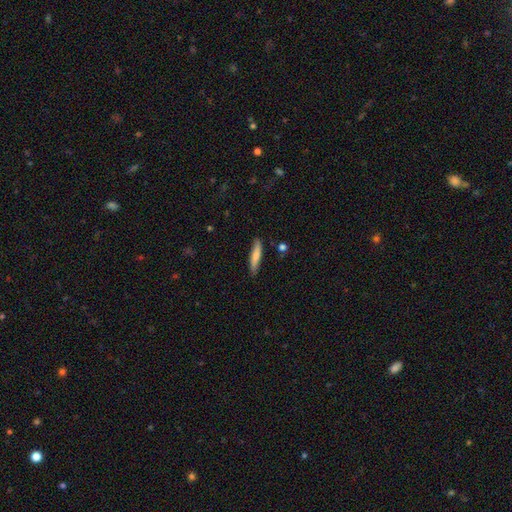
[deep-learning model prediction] Smooth or featured? smooth (73%)
How rounded? cigar-shaped (86%)
Merging? none (85%)